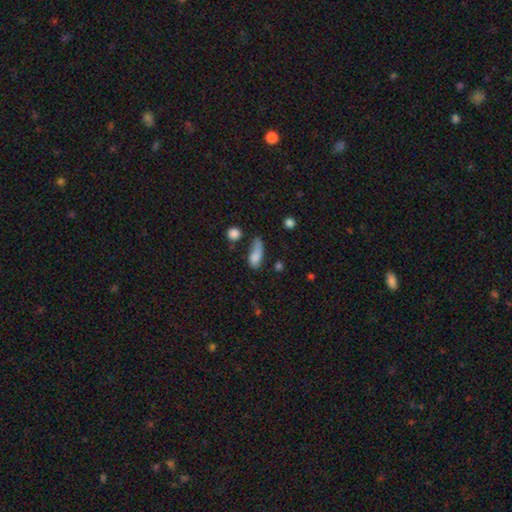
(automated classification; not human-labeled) This appears to be a smooth galaxy with no disk features (77%) that is in between round and cigar-shaped (72%). Merging: none (33%).